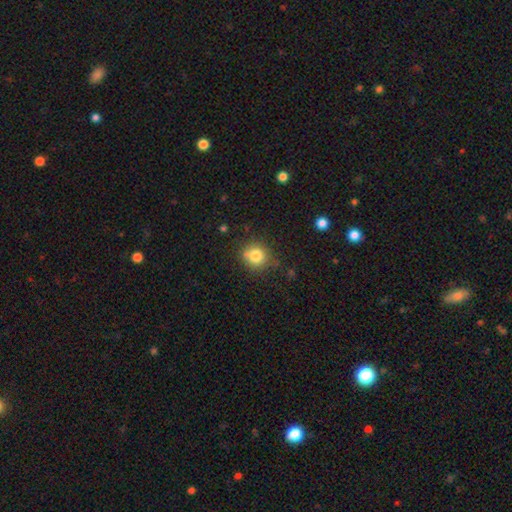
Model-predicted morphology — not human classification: type=smooth (80%); roundness=round (87%); merging=none (74%).